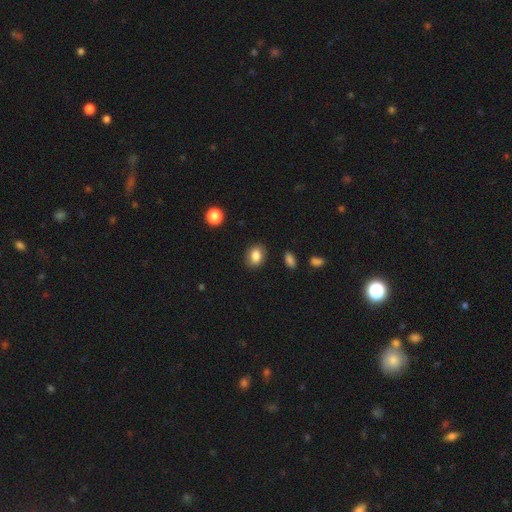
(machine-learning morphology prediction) Smooth or featured? Predicted: smooth (p=0.84). How rounded? Predicted: in between (p=0.68). Merging? Predicted: none (p=0.84).